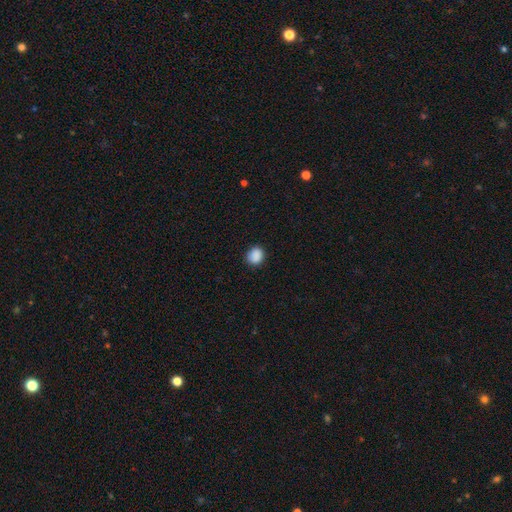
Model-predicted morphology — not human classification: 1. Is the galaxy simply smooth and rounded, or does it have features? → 89% smooth, 9% star or artifact, 2% featured or disk.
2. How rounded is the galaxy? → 75% round, 24% in between, 1% cigar-shaped.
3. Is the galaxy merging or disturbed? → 87% none, 10% minor disturbance, 2% major disturbance, 1% merger.